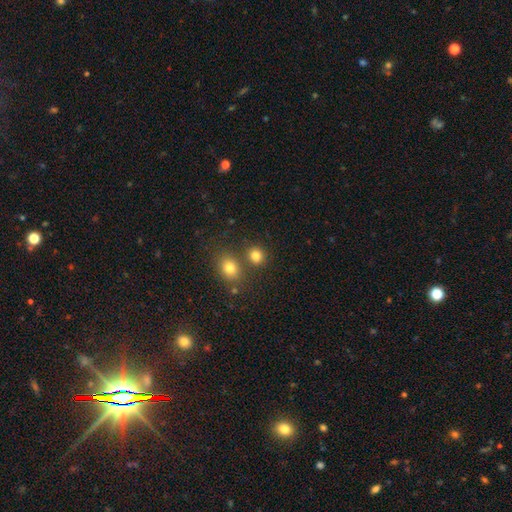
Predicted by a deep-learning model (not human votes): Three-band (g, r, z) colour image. It shows a smooth galaxy with no disk features (81%) that is round (77%). Merging: none (70%).